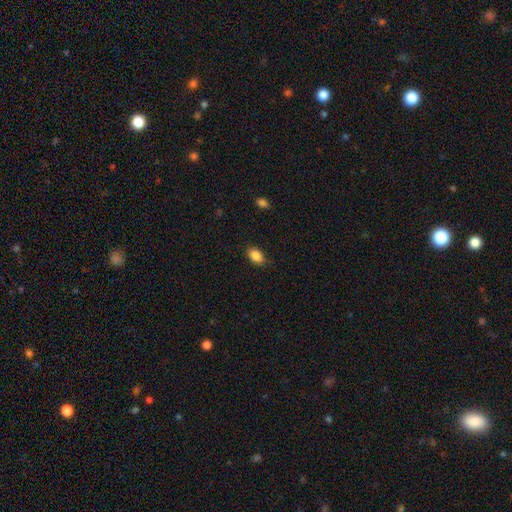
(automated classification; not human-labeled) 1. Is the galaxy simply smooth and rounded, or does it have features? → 87% smooth, 8% star or artifact, 4% featured or disk.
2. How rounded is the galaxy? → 86% in between, 12% round, 1% cigar-shaped.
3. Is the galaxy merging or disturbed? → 84% none, 12% minor disturbance, 3% major disturbance, 1% merger.